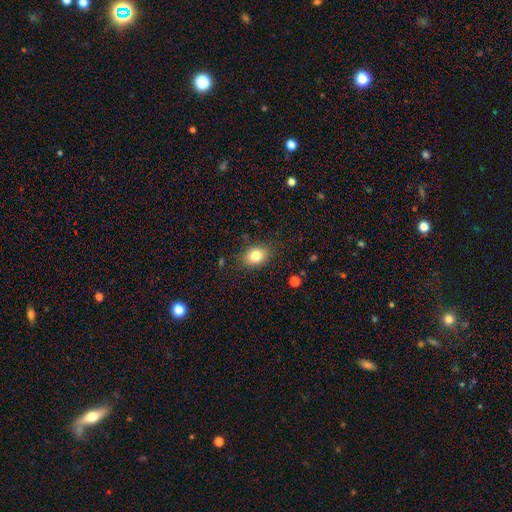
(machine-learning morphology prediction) type=smooth (82%); roundness=in between (68%); merging=none (84%).